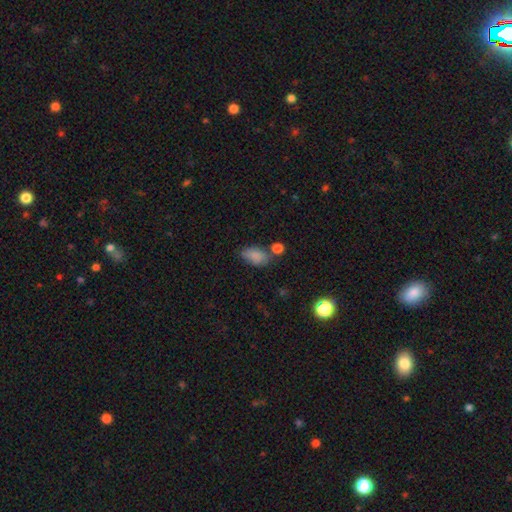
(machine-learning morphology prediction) Q: Smooth or featured?
A: smooth (84%); runner-up: star or artifact (9%)
Q: How rounded?
A: in between (90%); runner-up: round (8%)
Q: Merging?
A: none (57%); runner-up: minor disturbance (21%)